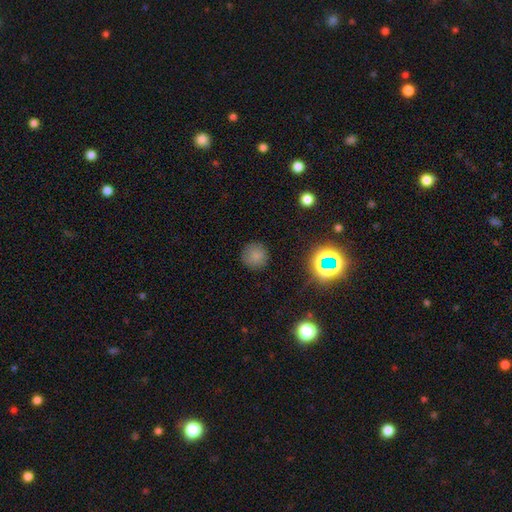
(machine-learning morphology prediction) Q: Smooth or featured?
A: smooth (77%); runner-up: star or artifact (17%)
Q: How rounded?
A: round (94%); runner-up: in between (5%)
Q: Merging?
A: none (88%); runner-up: minor disturbance (8%)